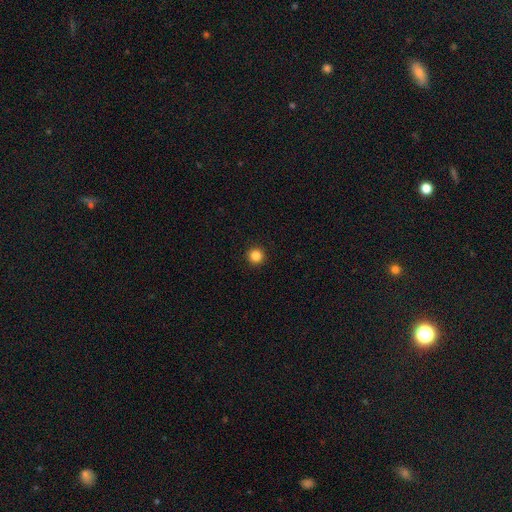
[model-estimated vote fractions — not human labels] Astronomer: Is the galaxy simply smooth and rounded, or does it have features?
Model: smooth — 85%.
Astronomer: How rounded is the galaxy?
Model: round — 96%.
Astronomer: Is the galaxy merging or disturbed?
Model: none — 94%.